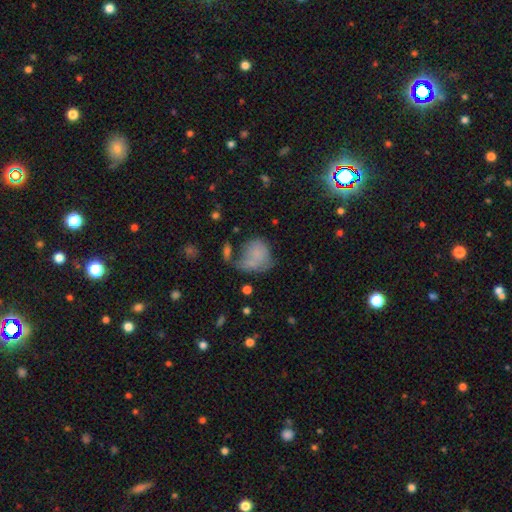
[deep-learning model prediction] smooth-or-featured: smooth: 67% | featured or disk: 20% | star or artifact: 12%
  how-rounded: round: 63% | in between: 35% | cigar-shaped: 1%
  merging: none: 34% | minor disturbance: 24% | major disturbance: 21% | merger: 21%